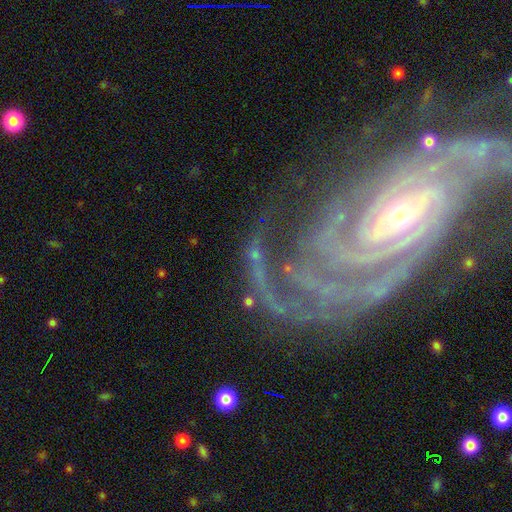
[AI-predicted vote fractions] A featured or disk galaxy (55%).

Vote fractions:
- Smooth or featured? featured or disk: 55% / star or artifact: 28% / smooth: 17%
- Edge-on disk? no: 89% / yes: 11%
- Merging? none: 54% / major disturbance: 20% / minor disturbance: 17% / merger: 9%